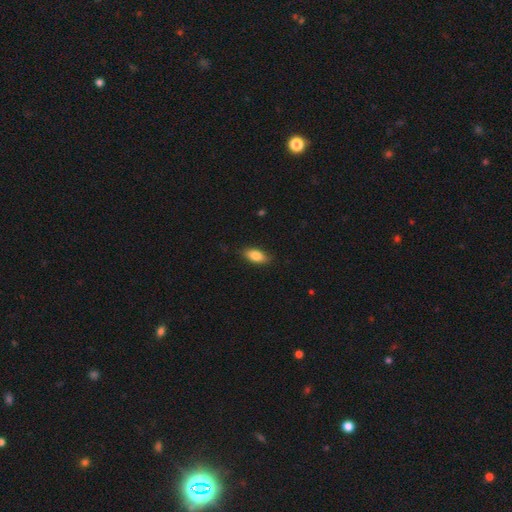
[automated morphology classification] smooth-or-featured: smooth: 83% | featured or disk: 10% | star or artifact: 7%
  how-rounded: in between: 87% | cigar-shaped: 9% | round: 3%
  merging: none: 86% | minor disturbance: 11% | major disturbance: 2% | merger: 1%